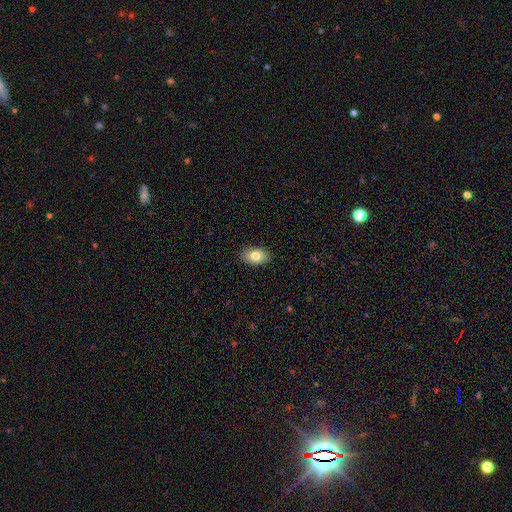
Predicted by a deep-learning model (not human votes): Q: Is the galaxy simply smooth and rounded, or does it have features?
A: smooth — 80%.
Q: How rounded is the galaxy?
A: in between — 89%.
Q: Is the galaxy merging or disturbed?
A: none — 89%.